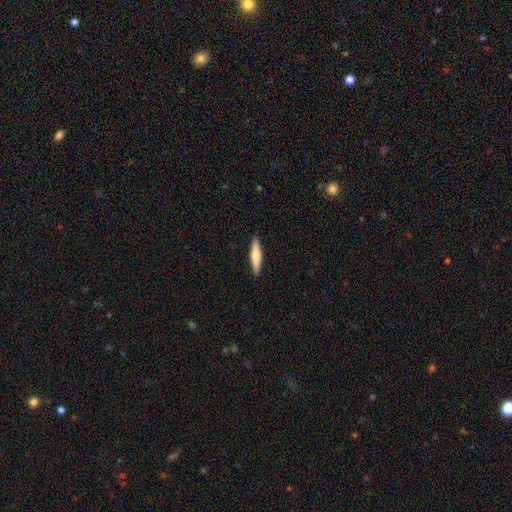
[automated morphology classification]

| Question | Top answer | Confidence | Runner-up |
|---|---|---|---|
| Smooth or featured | smooth | 61% | featured or disk (34%) |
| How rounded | cigar-shaped | 82% | in between (17%) |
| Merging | none | 91% | minor disturbance (7%) |